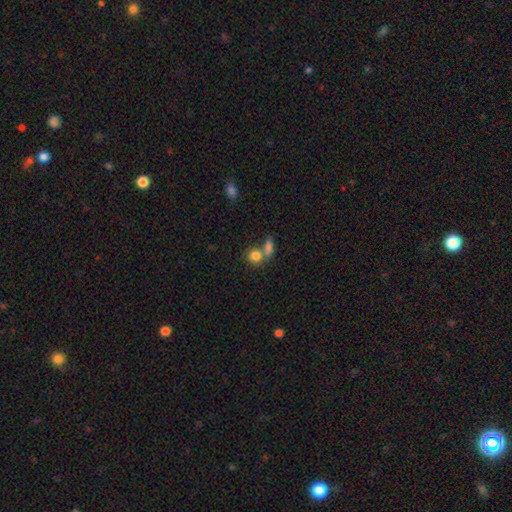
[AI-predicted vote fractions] smooth-or-featured: smooth: 83% | star or artifact: 9% | featured or disk: 8%
  how-rounded: round: 74% | in between: 24% | cigar-shaped: 3%
  merging: none: 49% | merger: 38% | minor disturbance: 9% | major disturbance: 4%